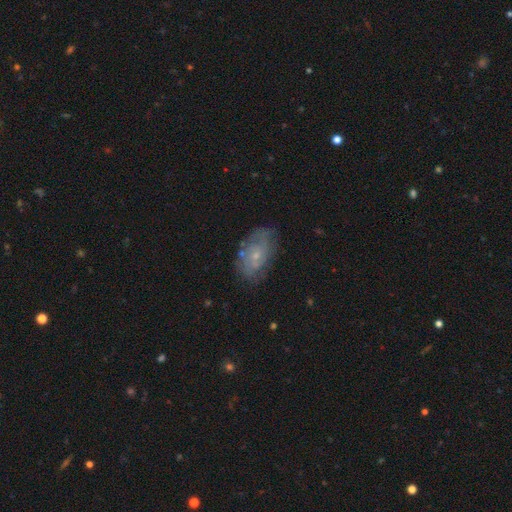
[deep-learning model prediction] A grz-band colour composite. It shows a featured or disk galaxy (59%) with no bar (78%), spiral arms (68%) and a small central bulge (72%). Merging: none (71%).